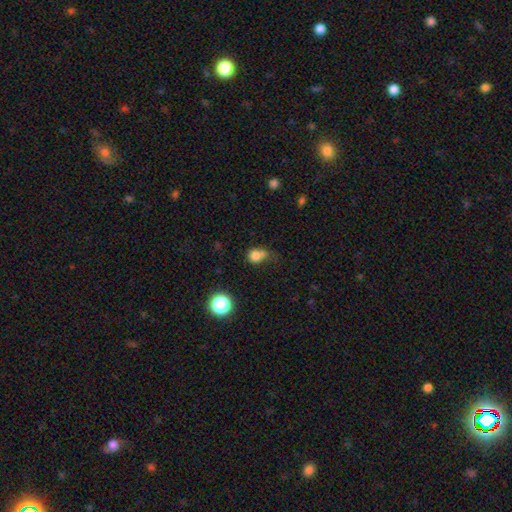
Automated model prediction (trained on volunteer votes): smooth 77%, star or artifact 14%, featured or disk 9%. Down the decision tree: how rounded — round (76%); merging — none (39%).